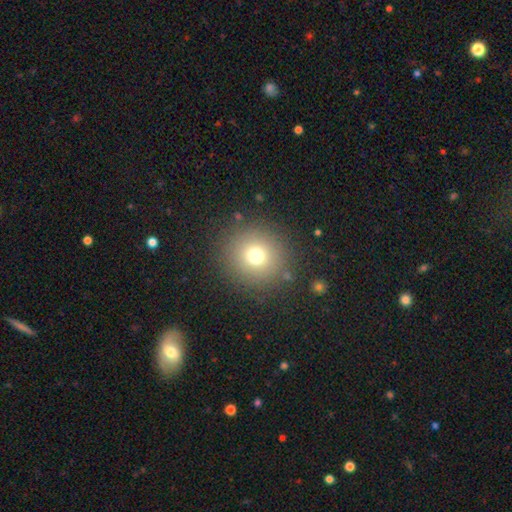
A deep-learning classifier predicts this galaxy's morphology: This appears to be a smooth galaxy with no disk features (72%) that is round (94%). Merging: none (87%).